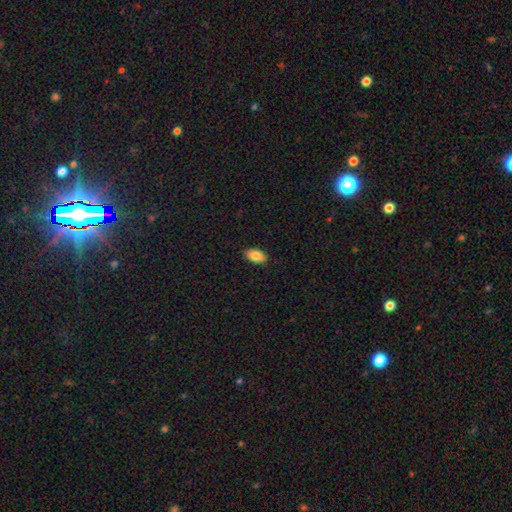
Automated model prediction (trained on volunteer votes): The model was most divided on "smooth or featured": smooth: 87%, star or artifact: 7%, featured or disk: 6%. More confident: how rounded — in between (94%); merging — none (89%).